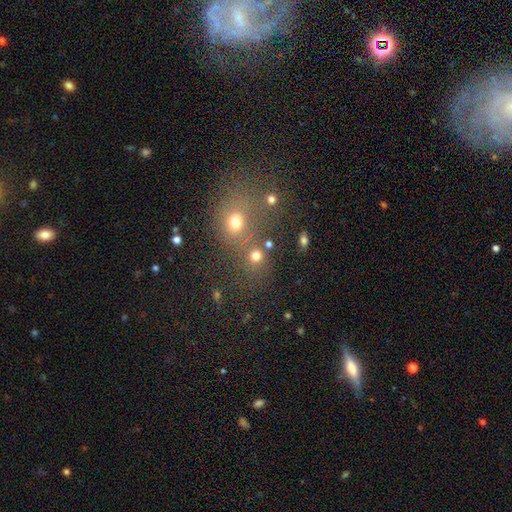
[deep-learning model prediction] Q: Smooth or featured?
A: smooth (72%); runner-up: star or artifact (20%)
Q: How rounded?
A: round (81%); runner-up: in between (17%)
Q: Merging?
A: none (62%); runner-up: merger (25%)